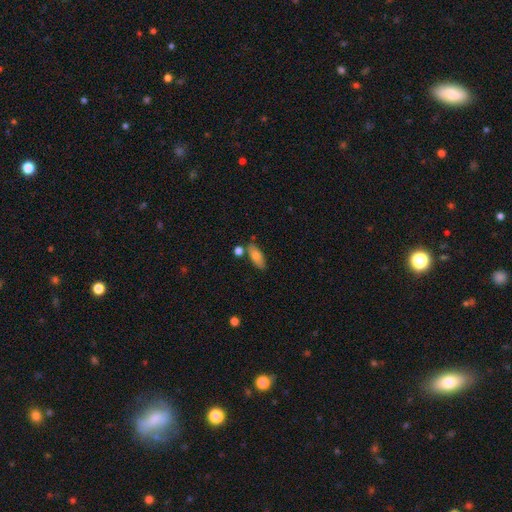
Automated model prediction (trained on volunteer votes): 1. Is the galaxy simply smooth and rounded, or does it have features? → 73% smooth, 20% featured or disk, 7% star or artifact.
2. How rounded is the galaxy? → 77% in between, 20% cigar-shaped, 4% round.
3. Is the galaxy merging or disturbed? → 73% none, 13% minor disturbance, 10% merger, 3% major disturbance.